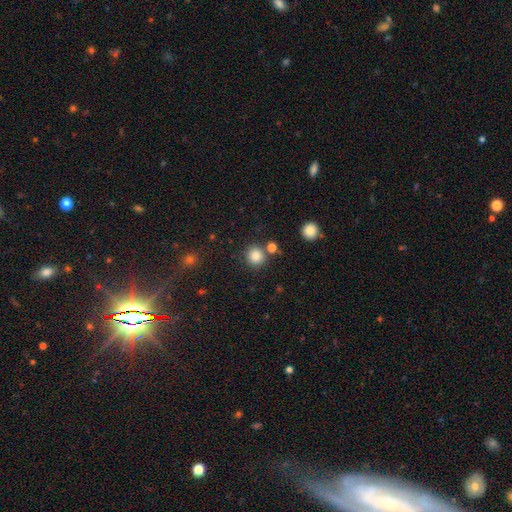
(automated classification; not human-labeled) Smooth or featured? smooth (84%)
How rounded? round (91%)
Merging? none (79%)